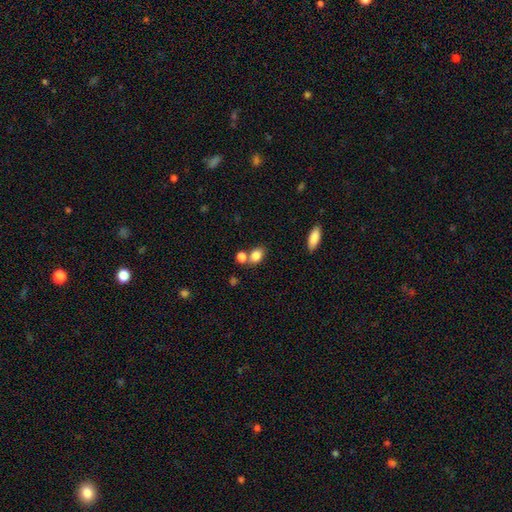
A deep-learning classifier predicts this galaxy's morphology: smooth 84%, star or artifact 10%, featured or disk 7%. Down the decision tree: how rounded — in between (69%); merging — none (55%).